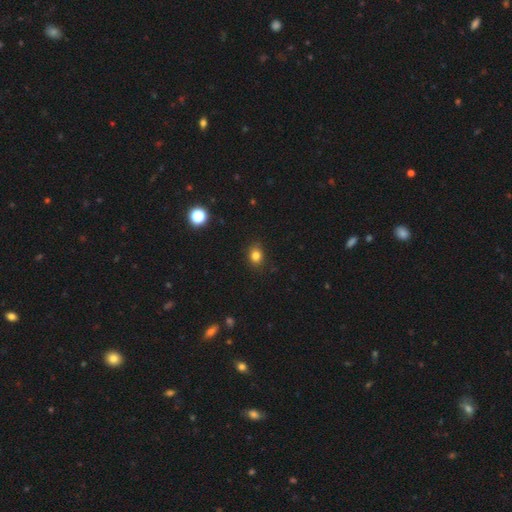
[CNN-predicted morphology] Smooth or featured? Predicted: smooth (p=0.82). How rounded? Predicted: round (p=0.50). Merging? Predicted: none (p=0.86).